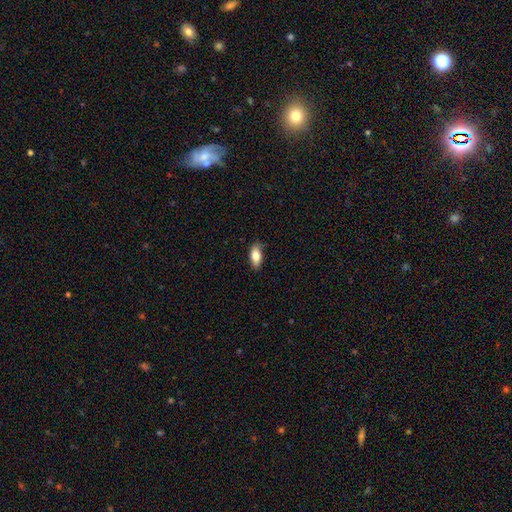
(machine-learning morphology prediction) type=smooth (84%); roundness=in between (87%); merging=none (80%).